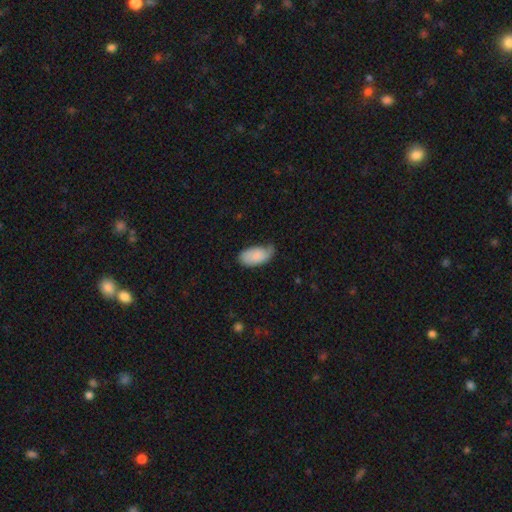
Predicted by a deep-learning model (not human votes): This is likely a smooth galaxy (79%). How rounded: clearly in between (95%). Merging: marginally none (44%).